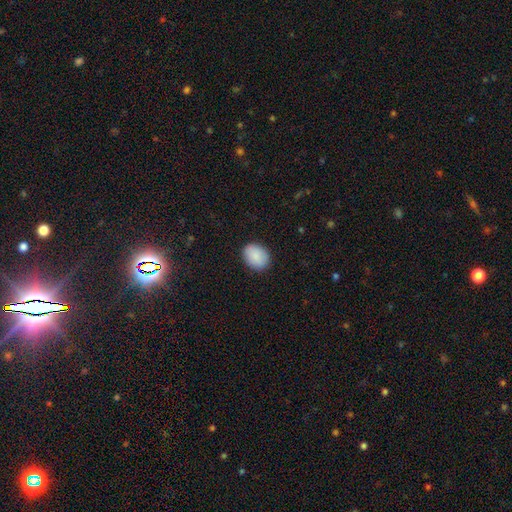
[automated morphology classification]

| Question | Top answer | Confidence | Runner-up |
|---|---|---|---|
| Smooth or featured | smooth | 89% | star or artifact (7%) |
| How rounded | in between | 61% | round (38%) |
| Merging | none | 88% | minor disturbance (9%) |